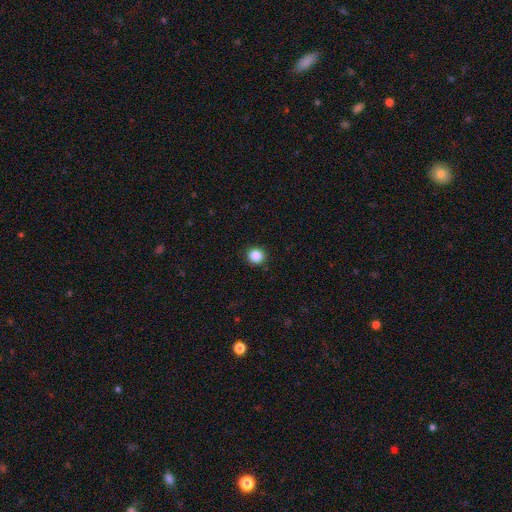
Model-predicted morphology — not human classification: Smooth or featured? Predicted: smooth (p=0.87). How rounded? Predicted: round (p=0.92). Merging? Predicted: none (p=0.92).